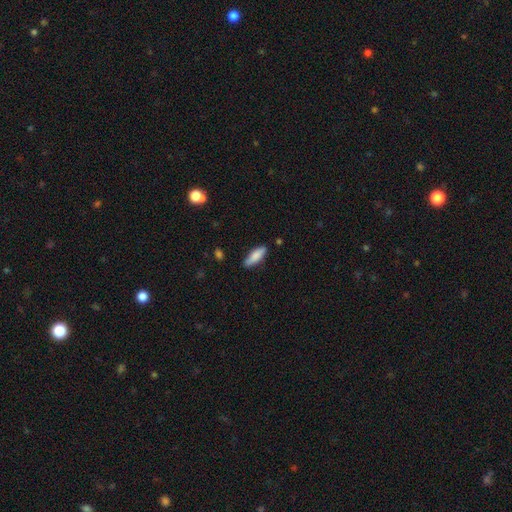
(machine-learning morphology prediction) Smooth or featured? smooth (83%)
How rounded? in between (53%)
Merging? none (83%)